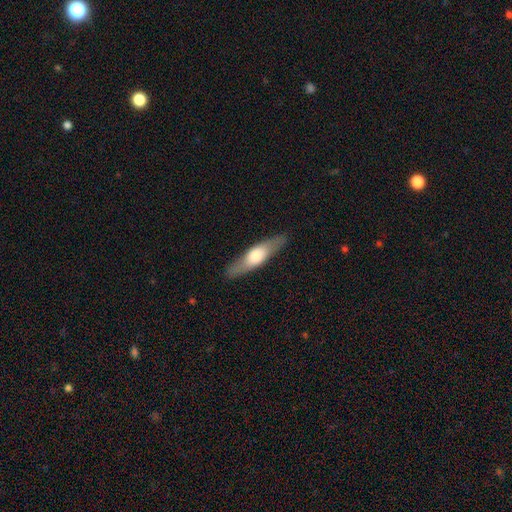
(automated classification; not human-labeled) Smooth or featured? featured or disk (49%)
Merging? none (87%)